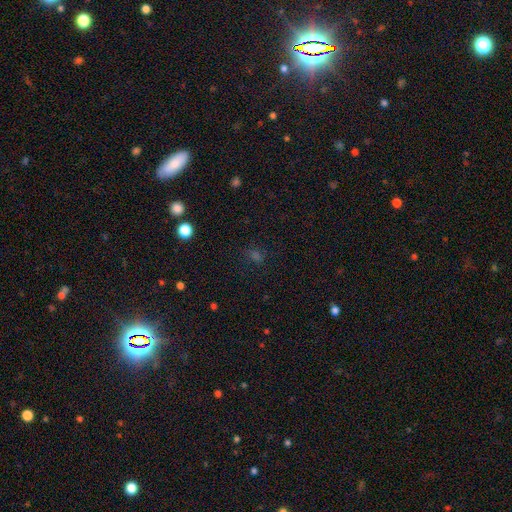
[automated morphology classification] This appears to be a smooth galaxy with no disk features (47%). Merging: none (79%).